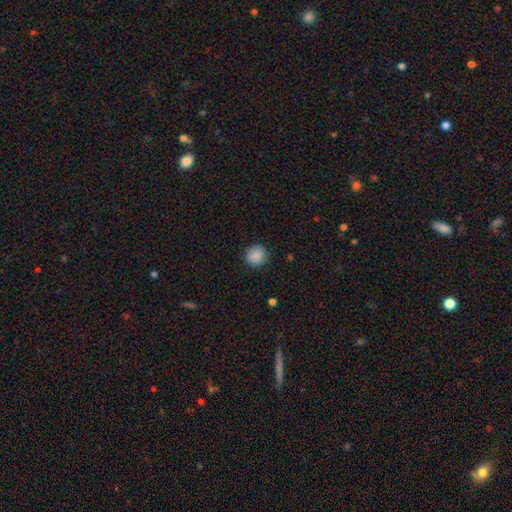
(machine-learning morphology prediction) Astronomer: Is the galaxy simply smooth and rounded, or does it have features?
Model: smooth — 88%.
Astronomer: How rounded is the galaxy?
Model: round — 90%.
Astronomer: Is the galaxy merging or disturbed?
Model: none — 89%.